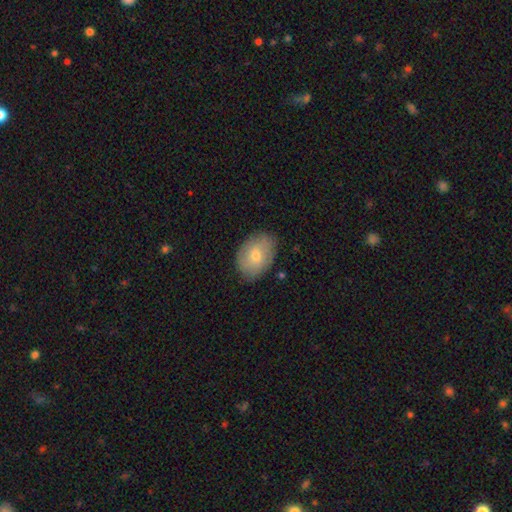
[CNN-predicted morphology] A smooth galaxy with no disk features (68%) that is in between round and cigar-shaped (79%). Merging: none (81%).